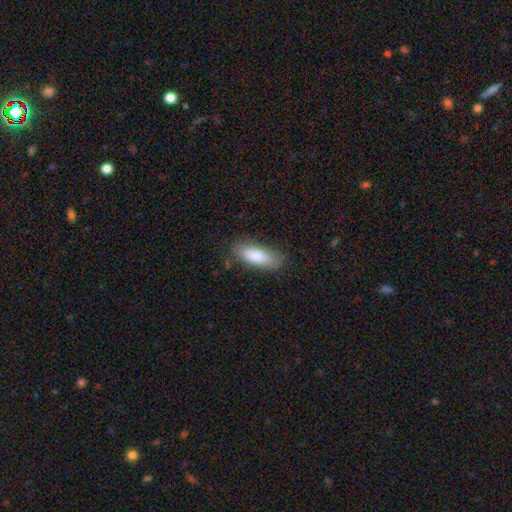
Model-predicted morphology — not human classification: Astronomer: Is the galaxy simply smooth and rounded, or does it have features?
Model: smooth — 82%.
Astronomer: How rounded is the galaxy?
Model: in between — 68%.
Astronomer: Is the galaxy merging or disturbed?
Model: none — 82%.